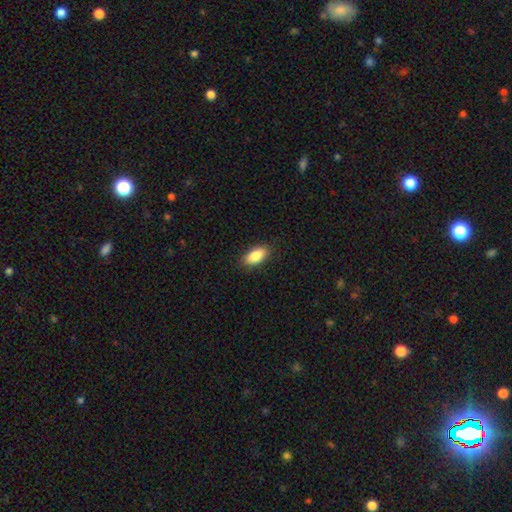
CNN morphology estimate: type=smooth (85%); roundness=in between (89%); merging=none (87%).